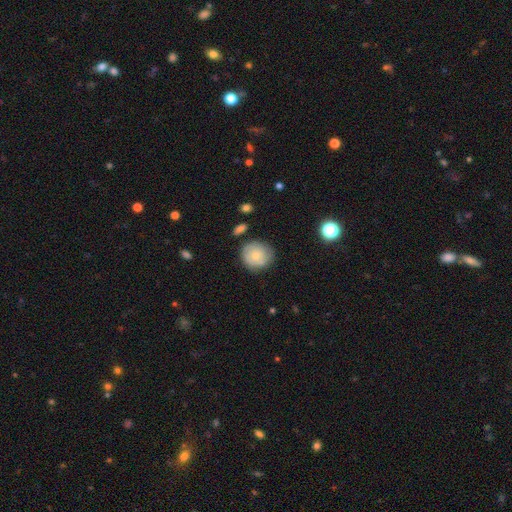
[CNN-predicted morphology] smooth-or-featured: smooth: 71% | featured or disk: 22% | star or artifact: 7%
  how-rounded: round: 89% | in between: 10% | cigar-shaped: 1%
  merging: none: 75% | minor disturbance: 17% | major disturbance: 4% | merger: 4%